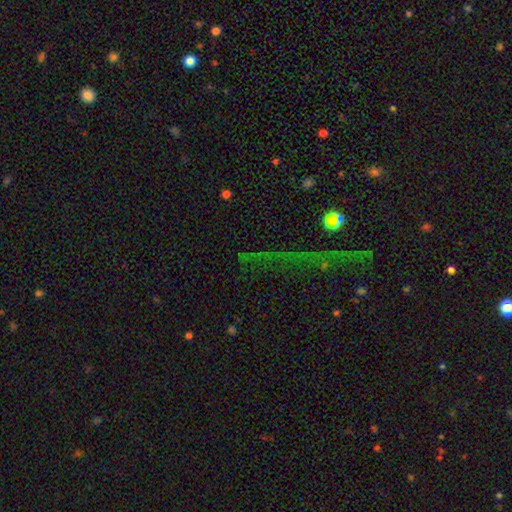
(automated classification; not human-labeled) Smooth or featured? star or artifact (73%)